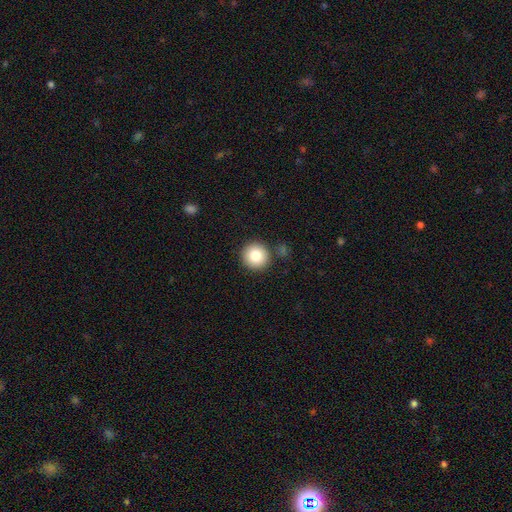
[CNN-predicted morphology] Smooth or featured?
  - smooth: 84% *
  - star or artifact: 9%
  - featured or disk: 7%
How rounded?
  - round: 94% *
  - in between: 5%
  - cigar-shaped: 1%
Merging?
  - none: 87% *
  - minor disturbance: 7%
  - merger: 4%
  - major disturbance: 2%